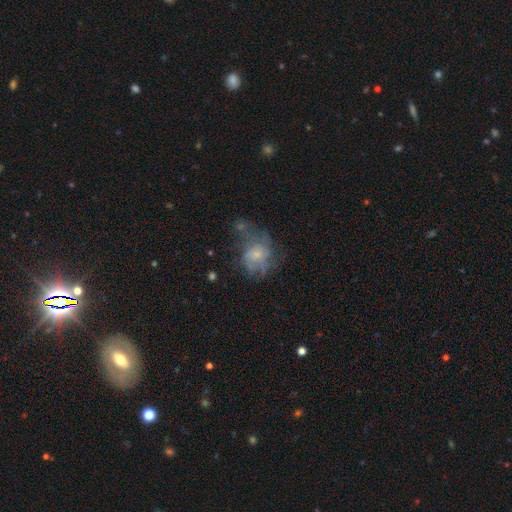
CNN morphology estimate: type=featured or disk (48%); merging=major disturbance (38%).